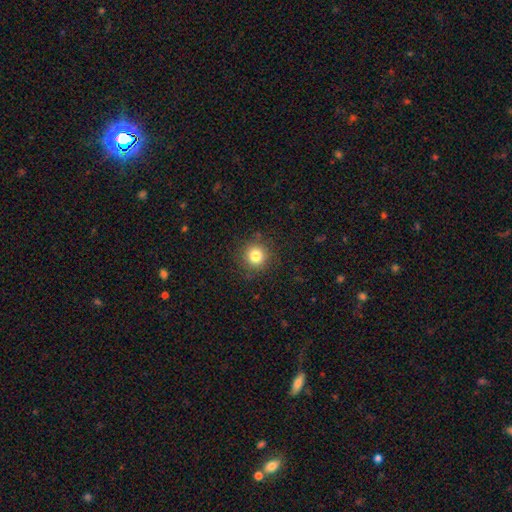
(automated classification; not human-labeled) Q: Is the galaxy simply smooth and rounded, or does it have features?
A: smooth — 82%.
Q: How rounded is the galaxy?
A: round — 93%.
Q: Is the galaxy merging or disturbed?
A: none — 88%.